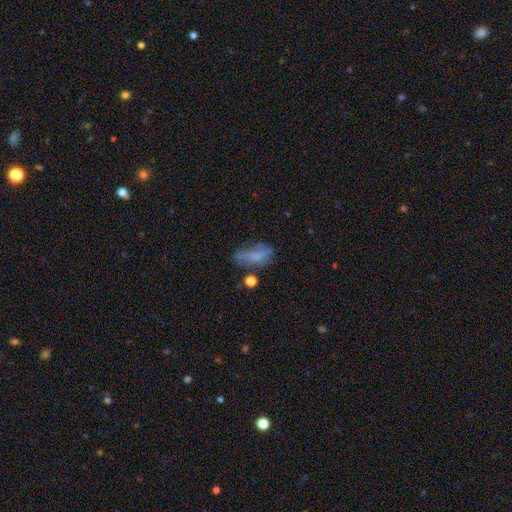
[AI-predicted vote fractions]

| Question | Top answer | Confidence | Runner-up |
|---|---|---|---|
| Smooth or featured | smooth | 64% | featured or disk (25%) |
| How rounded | in between | 79% | cigar-shaped (16%) |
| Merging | none | 46% | minor disturbance (28%) |